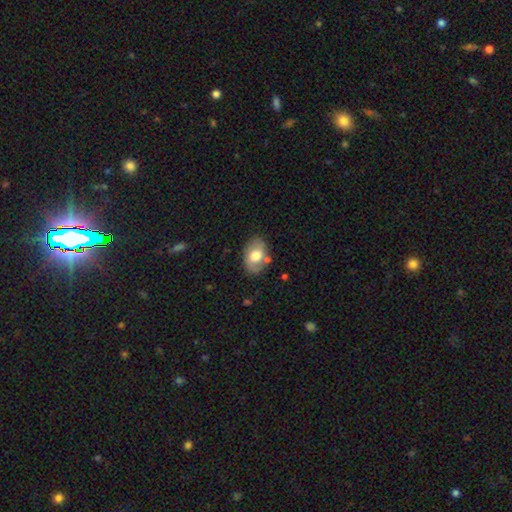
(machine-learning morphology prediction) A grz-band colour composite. It shows a smooth galaxy with no disk features (62%) that is in between round and cigar-shaped (84%). Merging: none (73%).